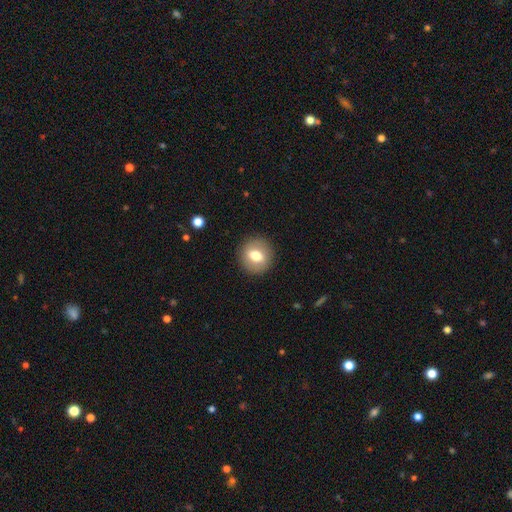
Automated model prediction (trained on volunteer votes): A smooth galaxy with no disk features (71%) that is round (79%).

Vote fractions:
- Smooth or featured? smooth: 71% / featured or disk: 20% / star or artifact: 9%
- How rounded? round: 79% / in between: 20% / cigar-shaped: 1%
- Merging? none: 89% / minor disturbance: 7% / major disturbance: 3% / merger: 1%